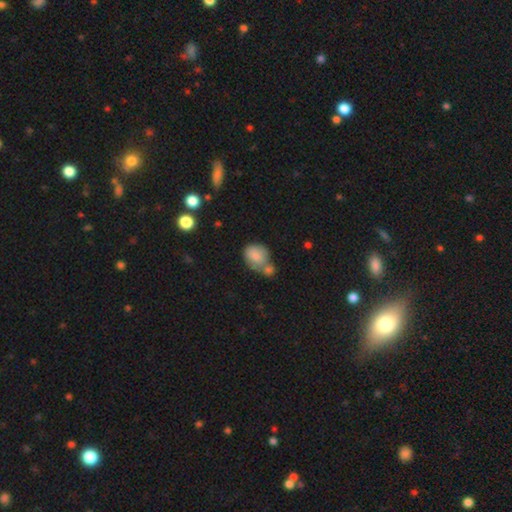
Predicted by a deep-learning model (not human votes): Smooth or featured? Predicted: smooth (p=0.77). How rounded? Predicted: in between (p=0.55). Merging? Predicted: merger (p=0.48).